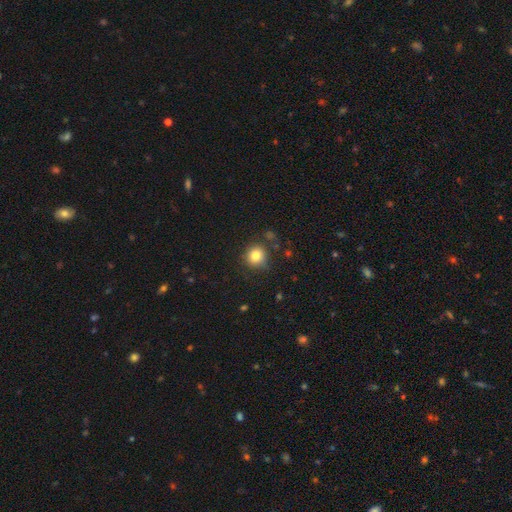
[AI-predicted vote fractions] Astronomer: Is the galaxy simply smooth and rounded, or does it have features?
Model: smooth — 82%.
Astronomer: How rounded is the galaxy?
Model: round — 90%.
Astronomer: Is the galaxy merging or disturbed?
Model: none — 81%.